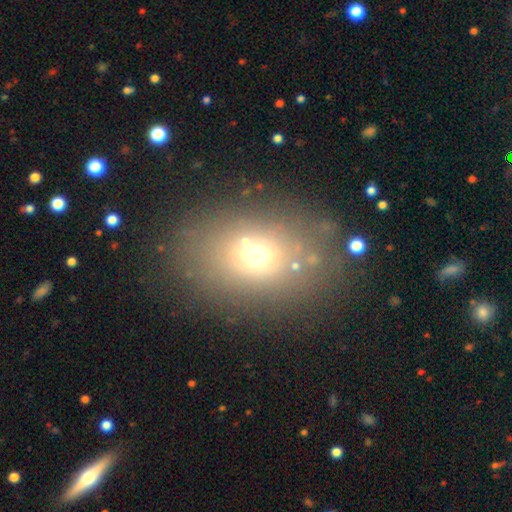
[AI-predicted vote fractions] Smooth or featured: smooth — 63% (star or artifact — 21%)
How rounded: in between — 60% (round — 38%)
Merging: none — 77% (minor disturbance — 11%)